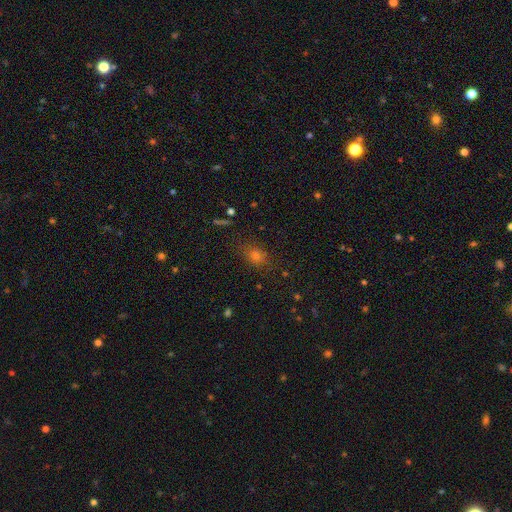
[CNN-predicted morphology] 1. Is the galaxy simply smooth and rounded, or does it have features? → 64% smooth, 27% star or artifact, 9% featured or disk.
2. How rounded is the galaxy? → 49% in between, 48% round, 3% cigar-shaped.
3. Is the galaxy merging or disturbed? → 81% none, 13% minor disturbance, 5% major disturbance, 2% merger.